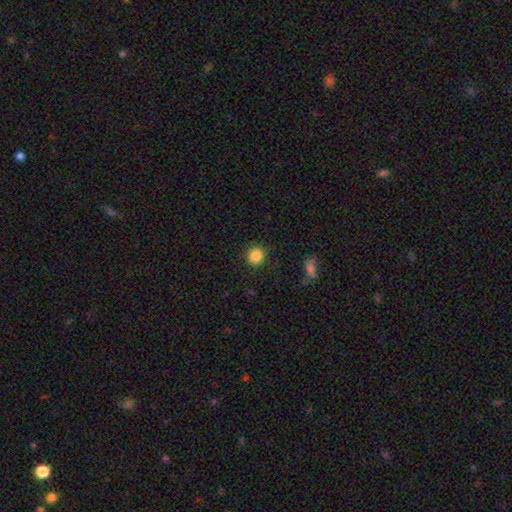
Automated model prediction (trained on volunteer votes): smooth 86%, star or artifact 10%, featured or disk 4%. Down the decision tree: how rounded — round (88%); merging — none (89%).